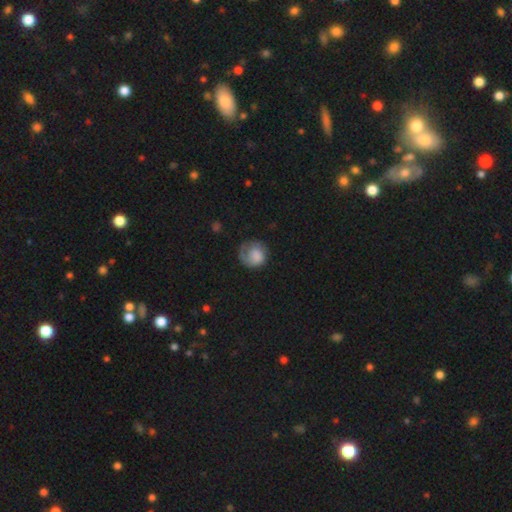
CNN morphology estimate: smooth_or_featured: smooth (p=0.62) [alt: featured or disk p=0.31]
how_rounded: round (p=0.82) [alt: in between p=0.17]
merging: none (p=0.53) [alt: minor disturbance p=0.23]